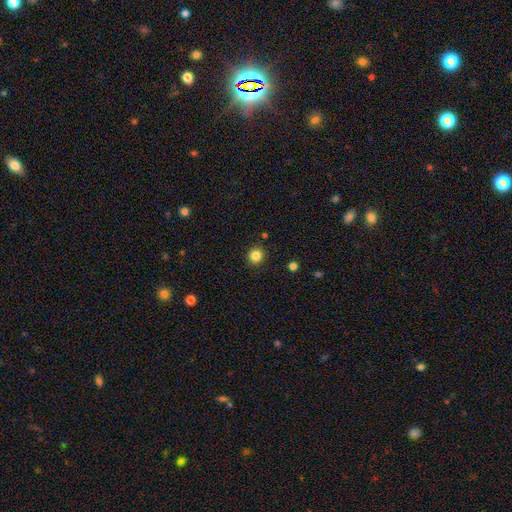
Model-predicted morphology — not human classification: type=smooth (84%); roundness=round (92%); merging=none (90%).